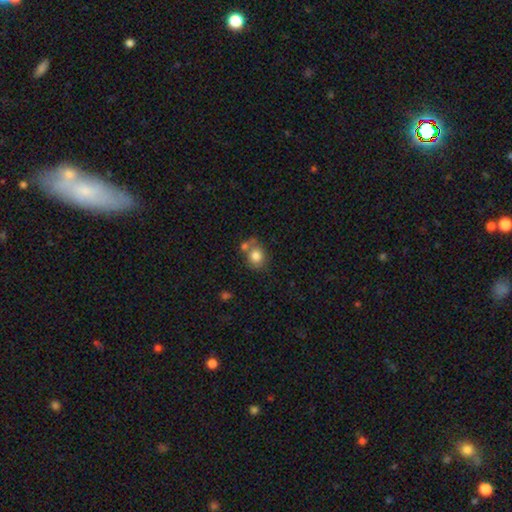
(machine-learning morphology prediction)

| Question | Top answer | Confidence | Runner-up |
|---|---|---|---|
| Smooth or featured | smooth | 81% | featured or disk (10%) |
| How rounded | round | 70% | in between (29%) |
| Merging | none | 51% | merger (29%) |